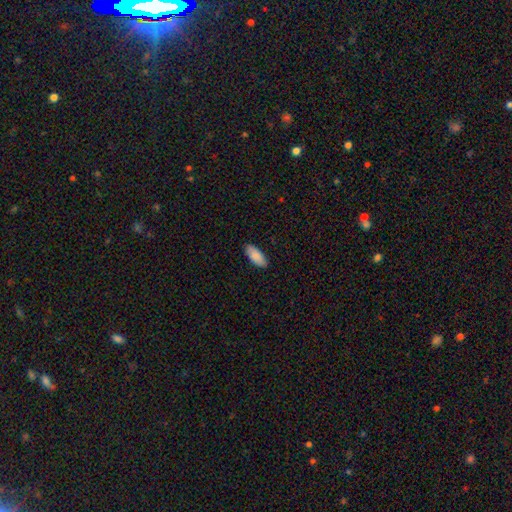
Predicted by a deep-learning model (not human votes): Q: Smooth or featured?
A: smooth (89%); runner-up: star or artifact (6%)
Q: How rounded?
A: in between (85%); runner-up: cigar-shaped (13%)
Q: Merging?
A: none (87%); runner-up: minor disturbance (10%)